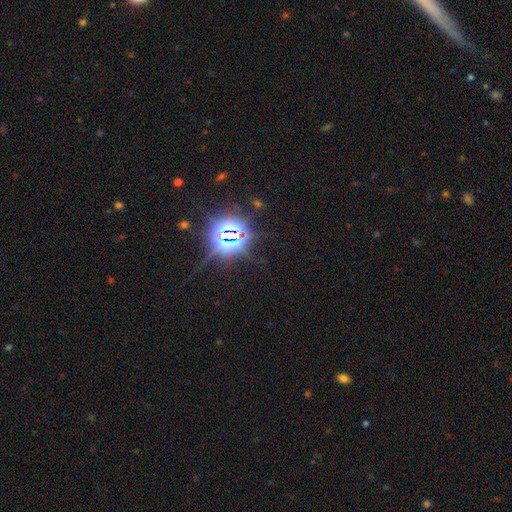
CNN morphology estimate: Overall: star or artifact (85%).